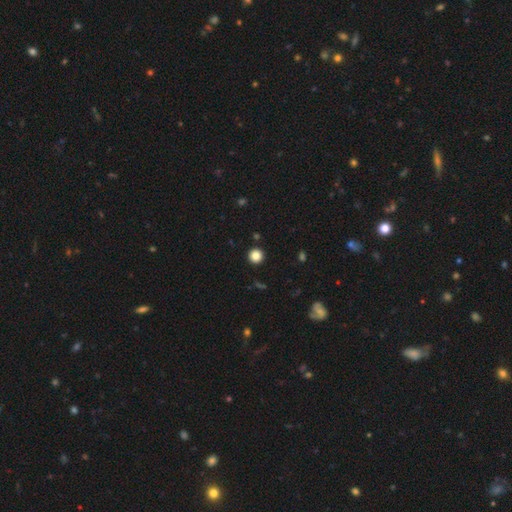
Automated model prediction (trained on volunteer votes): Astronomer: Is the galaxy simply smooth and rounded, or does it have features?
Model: smooth — 85%.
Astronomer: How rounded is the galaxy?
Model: round — 96%.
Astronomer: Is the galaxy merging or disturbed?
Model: none — 93%.